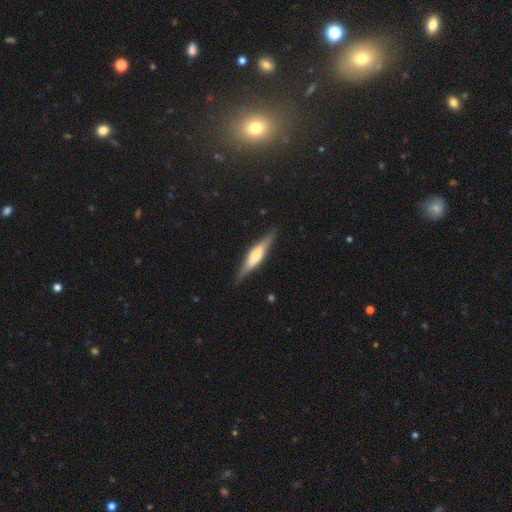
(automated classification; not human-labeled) Smooth or featured: featured or disk — 60% (smooth — 35%)
Edge-on disk: yes — 94% (no — 6%)
Edge-on bulge: rounded — 67% (boxy — 24%)
Merging: none — 87% (minor disturbance — 10%)